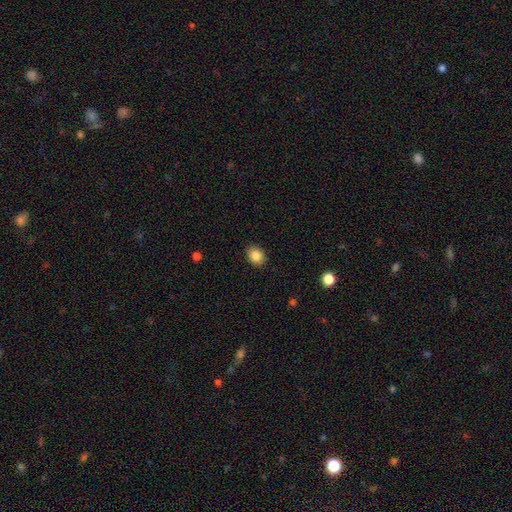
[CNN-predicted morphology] Smooth or featured: smooth — 85% (star or artifact — 9%)
How rounded: round — 50% (in between — 49%)
Merging: none — 90% (minor disturbance — 7%)